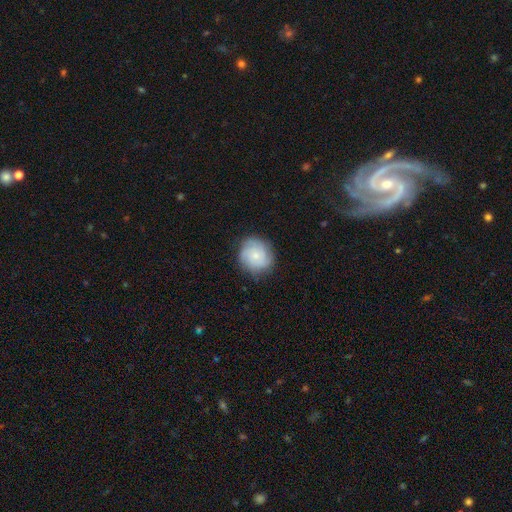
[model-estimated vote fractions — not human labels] Morphology: type=smooth (52%); roundness=round (85%); merging=none (78%).